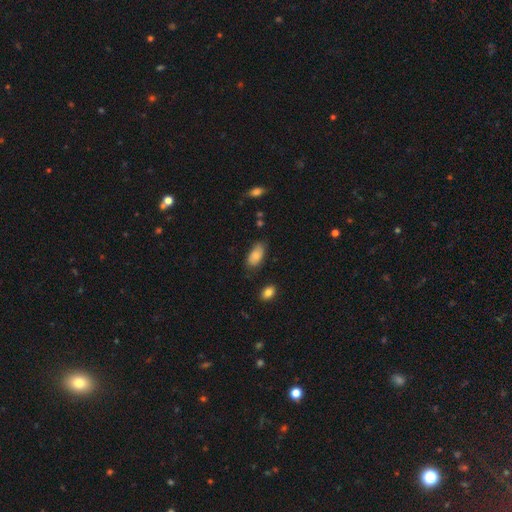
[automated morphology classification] This appears to be a smooth galaxy with no disk features (82%) that is in between round and cigar-shaped (93%). Merging: none (68%).